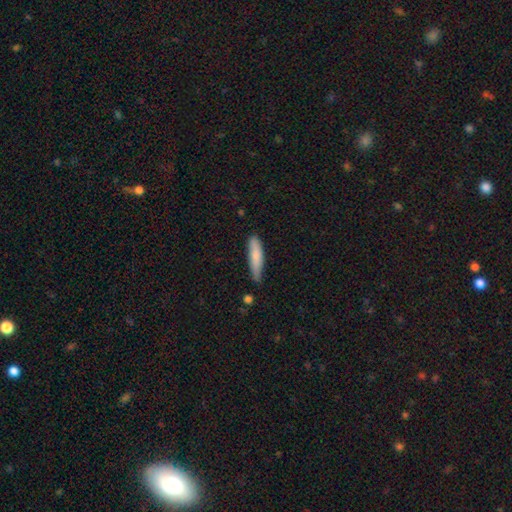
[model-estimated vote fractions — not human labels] A smooth galaxy with no disk features (80%) that is cigar-shaped (78%). Merging: none (63%).